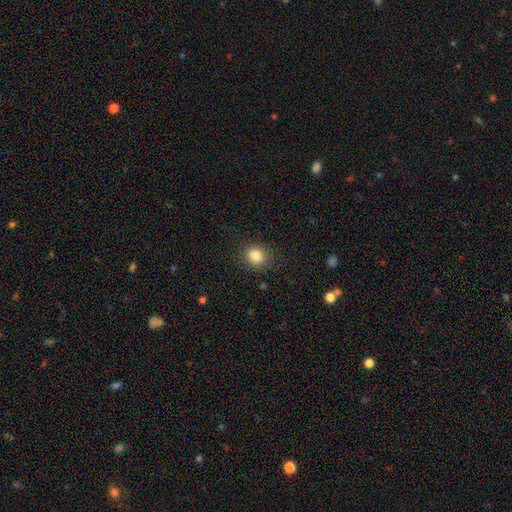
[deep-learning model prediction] Smooth or featured? Predicted: smooth (p=0.83). How rounded? Predicted: round (p=0.73). Merging? Predicted: none (p=0.84).